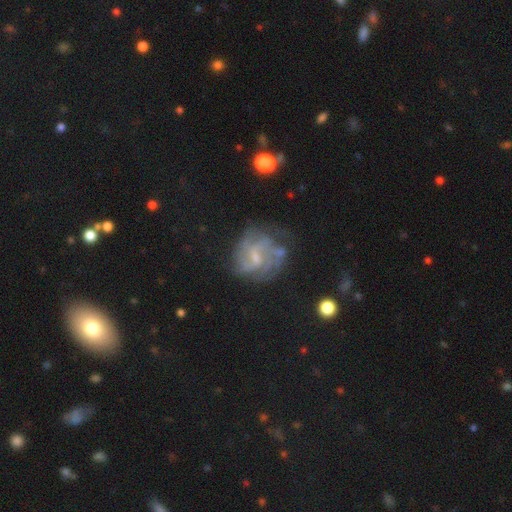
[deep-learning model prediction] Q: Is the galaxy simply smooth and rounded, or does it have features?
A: featured or disk — 75%.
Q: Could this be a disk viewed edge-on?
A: no — 98%.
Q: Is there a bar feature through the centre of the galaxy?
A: weak — 56%.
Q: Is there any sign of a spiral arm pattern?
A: yes — 83%.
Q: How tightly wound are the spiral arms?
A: medium — 44%.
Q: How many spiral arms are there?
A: can't tell — 39%.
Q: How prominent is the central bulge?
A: small — 48%.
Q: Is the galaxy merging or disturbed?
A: none — 56%.